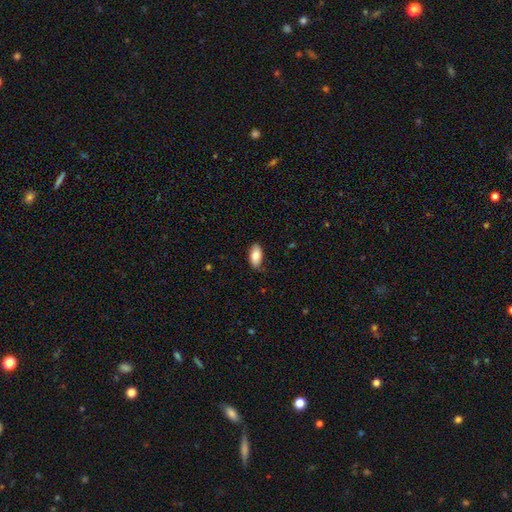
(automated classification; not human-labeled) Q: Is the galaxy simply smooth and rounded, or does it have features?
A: smooth — 83%.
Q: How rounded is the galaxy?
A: in between — 93%.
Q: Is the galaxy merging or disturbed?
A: none — 82%.